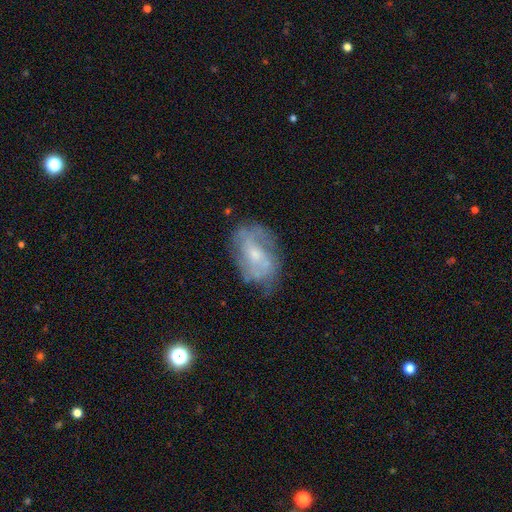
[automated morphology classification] smooth_or_featured: featured or disk (p=0.66) [alt: smooth p=0.26]
disk_edge_on: no (p=0.96) [alt: yes p=0.04]
bar: no (p=0.63) [alt: weak p=0.31]
has_spiral_arms: yes (p=0.63) [alt: no p=0.37]
bulge_size: small (p=0.55) [alt: moderate p=0.36]
merging: none (p=0.59) [alt: minor disturbance p=0.25]